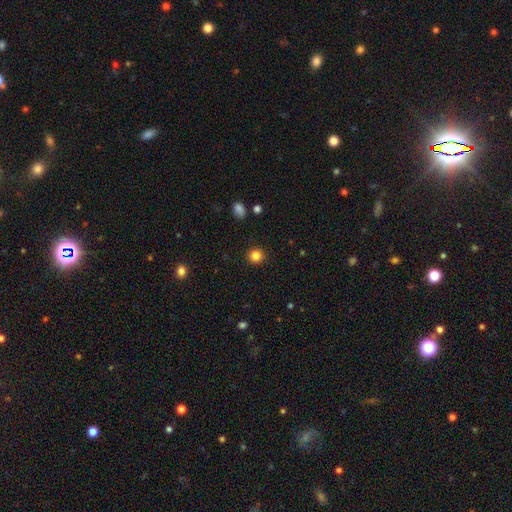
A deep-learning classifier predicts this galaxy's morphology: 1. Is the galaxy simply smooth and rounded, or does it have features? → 84% smooth, 11% star or artifact, 4% featured or disk.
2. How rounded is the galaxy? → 92% round, 7% in between, 1% cigar-shaped.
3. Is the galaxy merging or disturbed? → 91% none, 6% minor disturbance, 2% major disturbance, 1% merger.